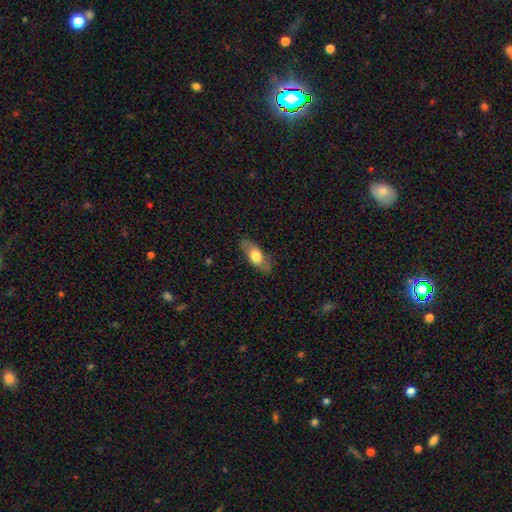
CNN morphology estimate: Smooth or featured? smooth (66%)
How rounded? in between (76%)
Merging? none (75%)